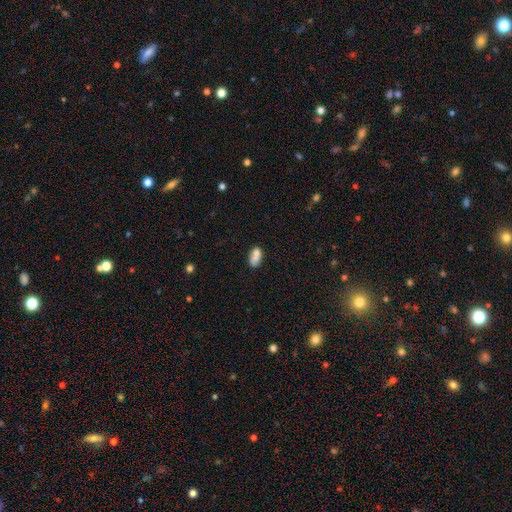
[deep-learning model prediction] Smooth or featured: smooth — 72% (featured or disk — 18%)
How rounded: in between — 87% (round — 10%)
Merging: none — 40% (merger — 34%)